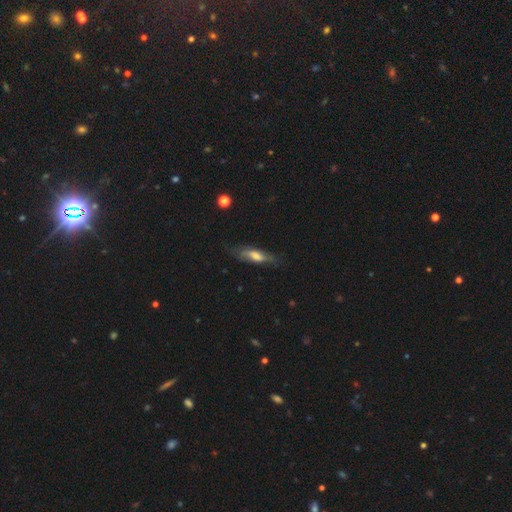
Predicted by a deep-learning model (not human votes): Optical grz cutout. It shows a smooth galaxy with no disk features (50%). Merging: none (68%).